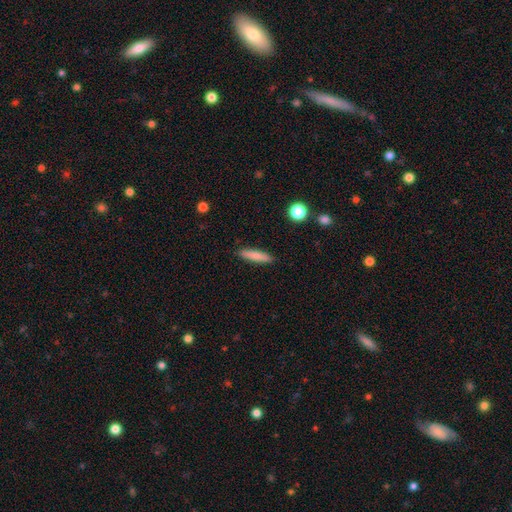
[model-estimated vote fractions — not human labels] smooth 80%, featured or disk 14%, star or artifact 7%. Down the decision tree: how rounded — cigar-shaped (84%); merging — none (89%).